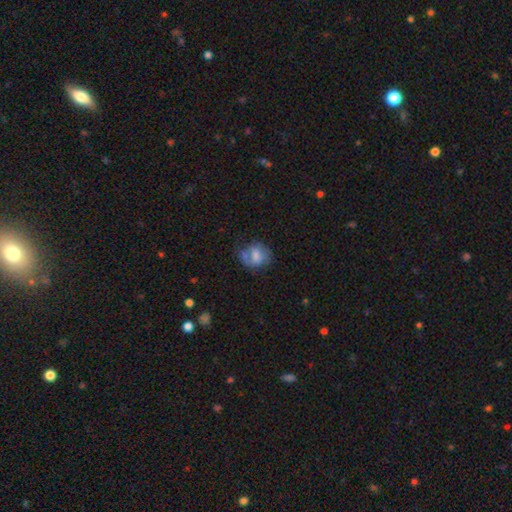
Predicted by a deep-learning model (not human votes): This is possibly a smooth galaxy (54%). How rounded: possibly round (58%). Merging: possibly none (46%).